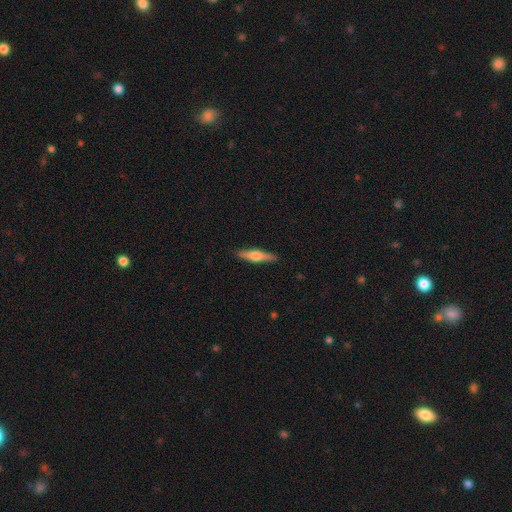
This is possibly a featured or disk galaxy (56%). It is clearly viewed edge-on (100%). Edge-on bulge: likely rounded (78%). Merging: clearly none (85%).